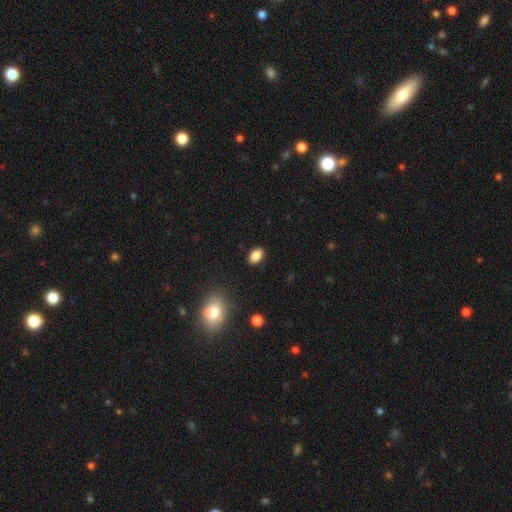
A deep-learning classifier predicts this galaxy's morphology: Q: Smooth or featured?
A: smooth (86%); runner-up: star or artifact (9%)
Q: How rounded?
A: in between (87%); runner-up: round (12%)
Q: Merging?
A: none (88%); runner-up: minor disturbance (9%)